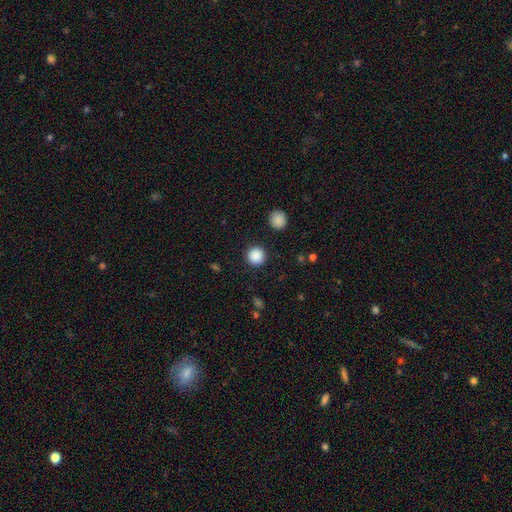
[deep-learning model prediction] Overall: smooth (88%). How rounded: round (96%). Merging: none (91%).